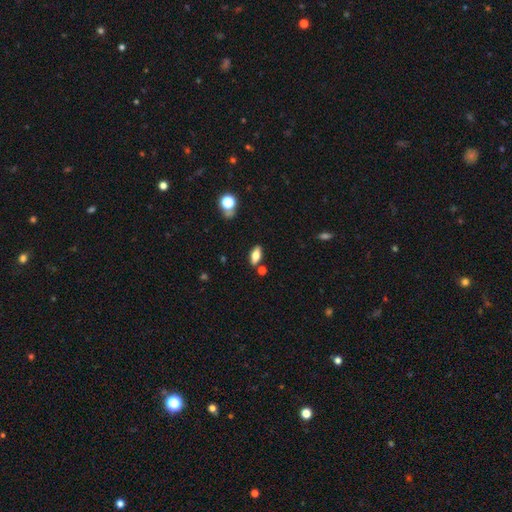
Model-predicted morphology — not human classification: This appears to be a smooth galaxy with no disk features (69%) that is in between round and cigar-shaped (80%). Merging: none (80%).